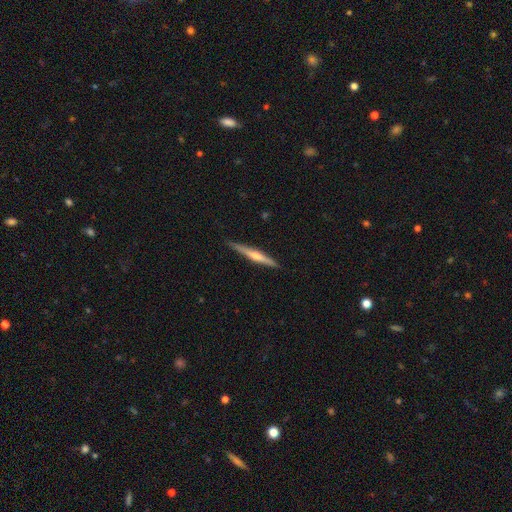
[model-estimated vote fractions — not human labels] Morphology: type=featured or disk (68%); edge-on=yes (98%); edge-on bulge=rounded (77%); merging=none (89%).